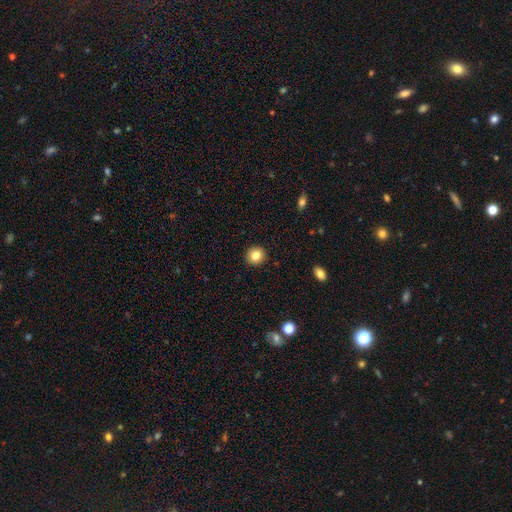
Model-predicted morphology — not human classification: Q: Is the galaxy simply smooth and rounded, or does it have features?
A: smooth — 83%.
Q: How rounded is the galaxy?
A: round — 89%.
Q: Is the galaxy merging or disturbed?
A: none — 93%.